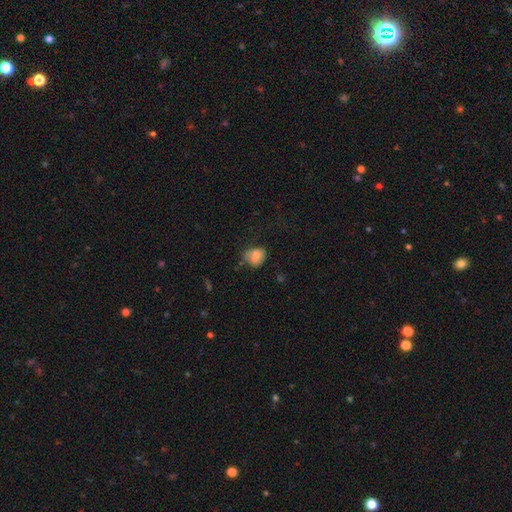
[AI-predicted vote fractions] Smooth or featured?
  - smooth: 79% *
  - featured or disk: 11%
  - star or artifact: 9%
How rounded?
  - round: 56% *
  - in between: 43%
  - cigar-shaped: 1%
Merging?
  - none: 54% *
  - minor disturbance: 31%
  - major disturbance: 11%
  - merger: 4%